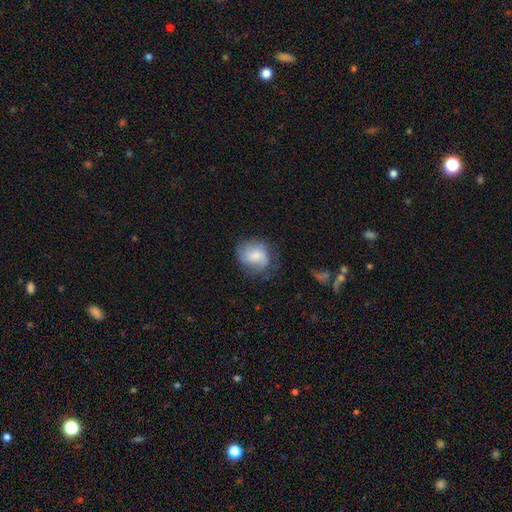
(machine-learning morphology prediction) Overall: smooth (48%; featured or disk 45%). Merging: none (60%; minor disturbance 24%).